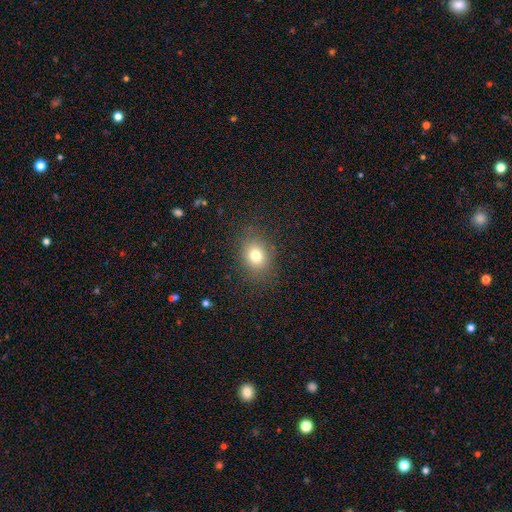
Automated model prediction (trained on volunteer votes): Q: Smooth or featured?
A: smooth (76%); runner-up: star or artifact (14%)
Q: How rounded?
A: round (56%); runner-up: in between (43%)
Q: Merging?
A: none (85%); runner-up: minor disturbance (10%)